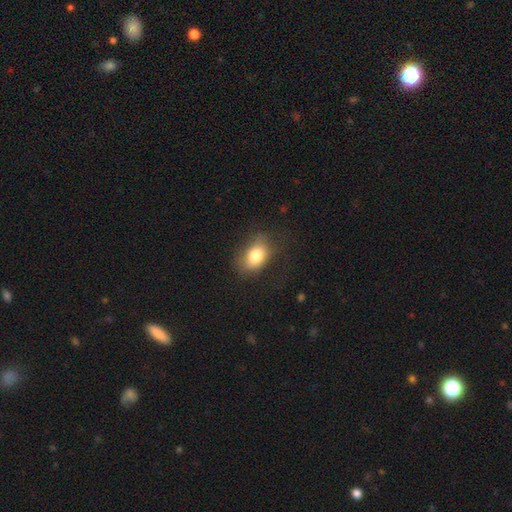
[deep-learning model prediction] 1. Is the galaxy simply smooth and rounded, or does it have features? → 80% smooth, 11% featured or disk, 9% star or artifact.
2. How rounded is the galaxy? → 81% in between, 17% round, 2% cigar-shaped.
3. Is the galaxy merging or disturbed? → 66% none, 22% minor disturbance, 11% major disturbance, 1% merger.